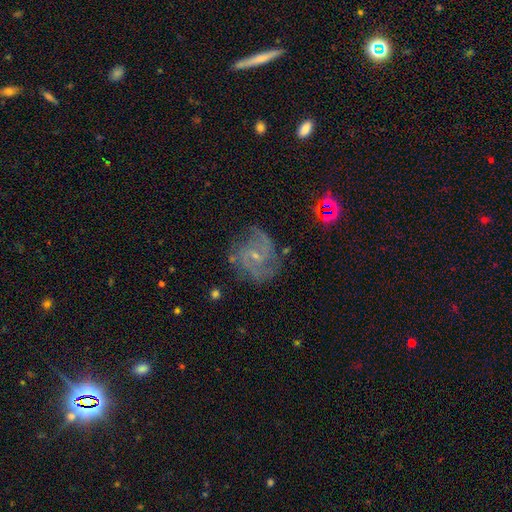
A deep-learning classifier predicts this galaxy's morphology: A featured or disk galaxy (83%) with no bar (46%), 2 (55%) medium (51%) spiral arms (96%) and a small central bulge (76%). Merging: none (70%).